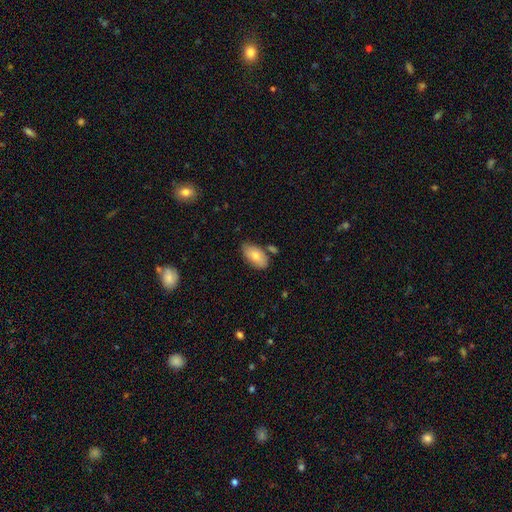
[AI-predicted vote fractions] smooth 76%, featured or disk 17%, star or artifact 6%. Down the decision tree: how rounded — in between (94%); merging — none (72%).